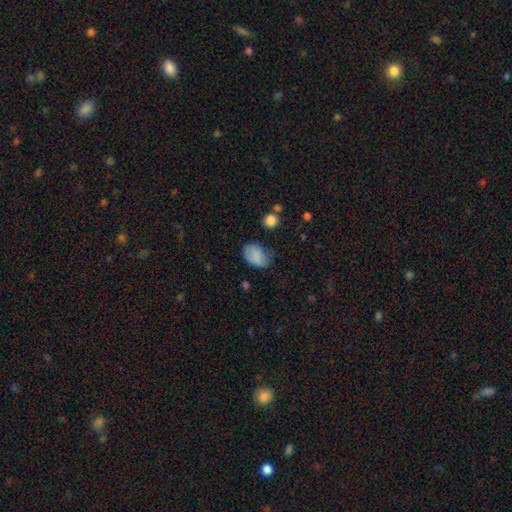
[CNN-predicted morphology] This appears to be a smooth galaxy with no disk features (81%) that is in between round and cigar-shaped (82%). Merging: none (57%).